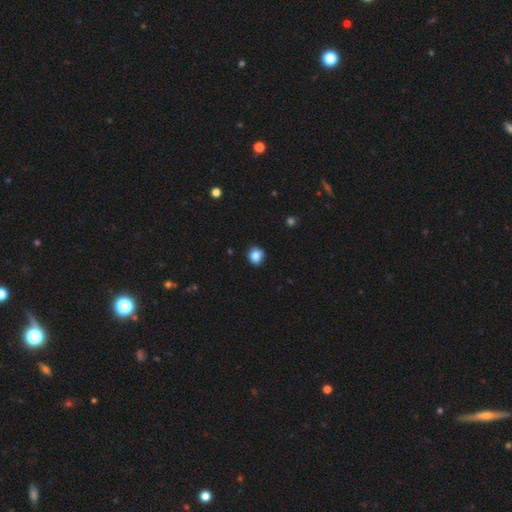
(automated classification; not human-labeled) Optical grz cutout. It shows a smooth galaxy with no disk features (84%) that is round (81%). Merging: none (78%).